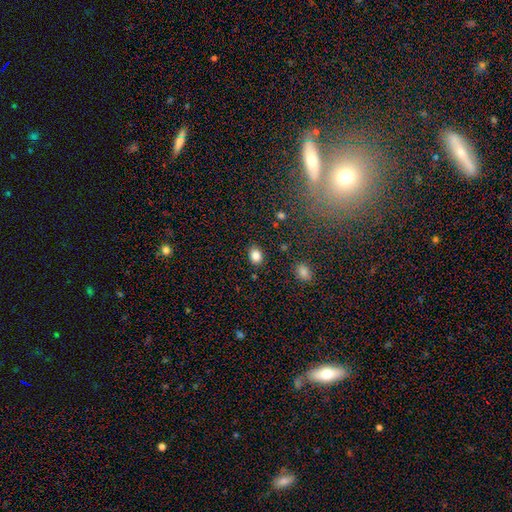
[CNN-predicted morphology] Overall: smooth (84%). How rounded: in between (65%; round 34%). Merging: none (86%).